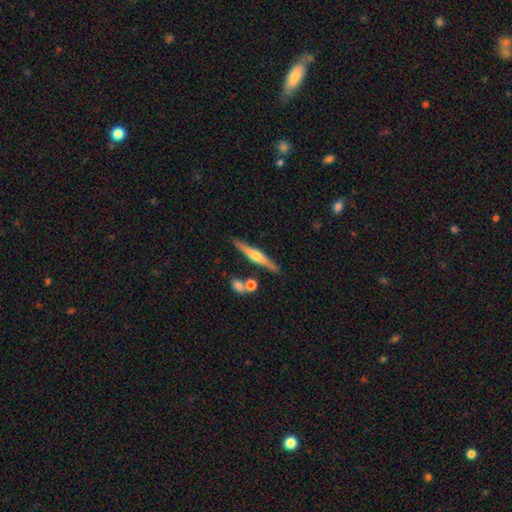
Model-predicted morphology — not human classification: This appears to be a featured or disk galaxy (70%) viewed edge-on (97%) with a rounded central bulge (89%). Merging: none (84%).